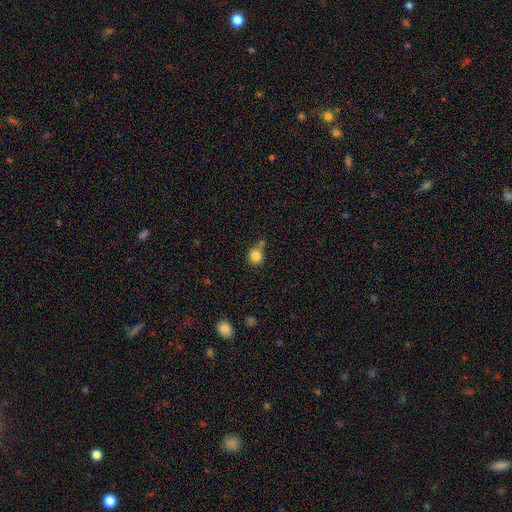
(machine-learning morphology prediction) Smooth or featured? smooth (83%)
How rounded? round (84%)
Merging? none (57%)